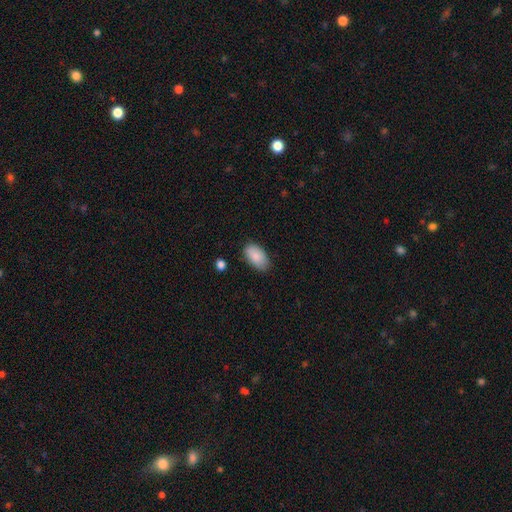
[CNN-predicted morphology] Smooth or featured? Predicted: smooth (p=0.87). How rounded? Predicted: in between (p=0.94). Merging? Predicted: none (p=0.81).